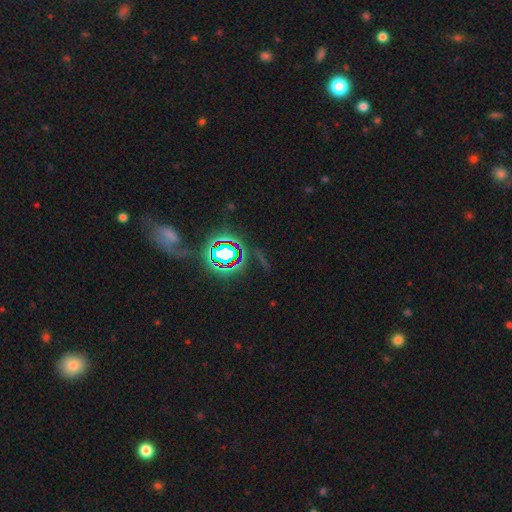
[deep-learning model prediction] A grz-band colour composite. It shows a star or artifact, not a galaxy (71%).